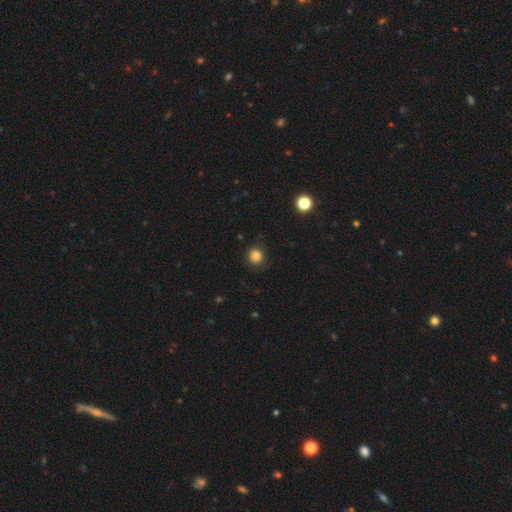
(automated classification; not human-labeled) smooth 84%, star or artifact 12%, featured or disk 4%. Down the decision tree: how rounded — round (87%); merging — none (85%).